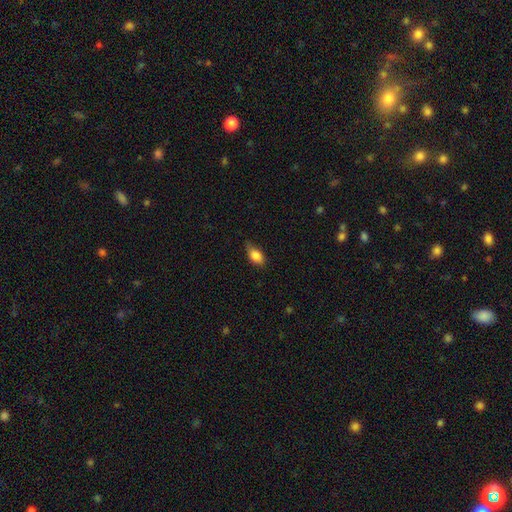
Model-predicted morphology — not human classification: smooth 84%, featured or disk 8%, star or artifact 8%. Down the decision tree: how rounded — in between (85%); merging — none (58%).